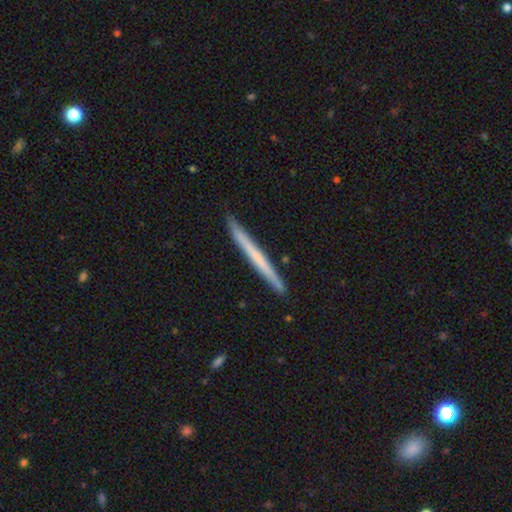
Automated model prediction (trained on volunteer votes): Smooth or featured?
  - smooth: 50% *
  - featured or disk: 45%
  - star or artifact: 5%
Merging?
  - none: 91% *
  - minor disturbance: 7%
  - merger: 1%
  - major disturbance: 1%